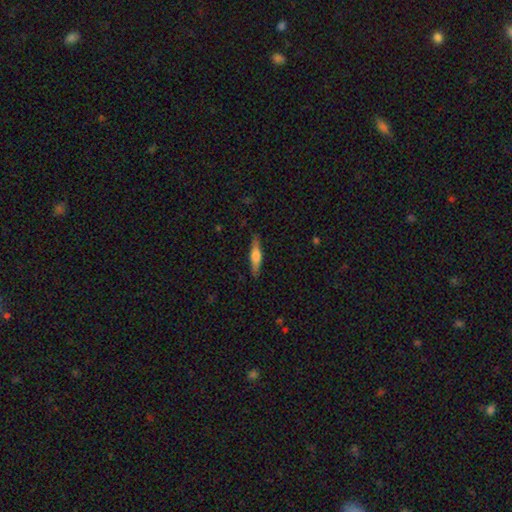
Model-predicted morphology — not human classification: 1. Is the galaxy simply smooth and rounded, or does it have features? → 48% smooth, 46% featured or disk, 6% star or artifact.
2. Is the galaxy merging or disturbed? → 87% none, 10% minor disturbance, 2% major disturbance, 1% merger.